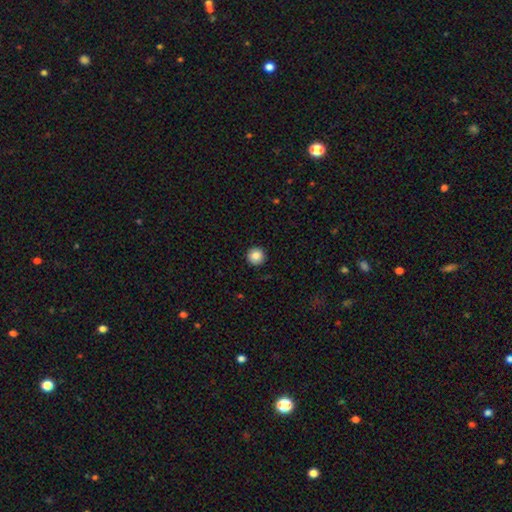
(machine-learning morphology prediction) A smooth galaxy with no disk features (84%) that is round (96%). Merging: none (93%).